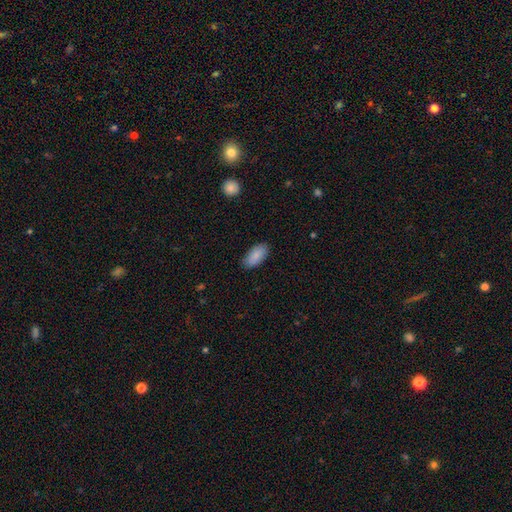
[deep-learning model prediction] smooth-or-featured: smooth: 88% | star or artifact: 6% | featured or disk: 6%
  how-rounded: in between: 92% | cigar-shaped: 6% | round: 2%
  merging: none: 86% | minor disturbance: 11% | major disturbance: 2% | merger: 1%